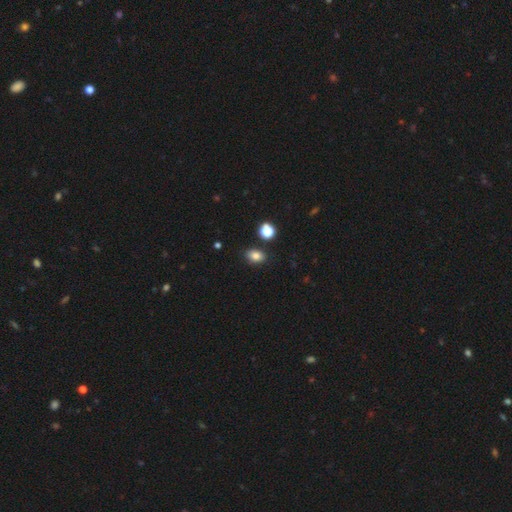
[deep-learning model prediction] This appears to be a smooth galaxy with no disk features (82%) that is in between round and cigar-shaped (76%). Merging: none (84%).